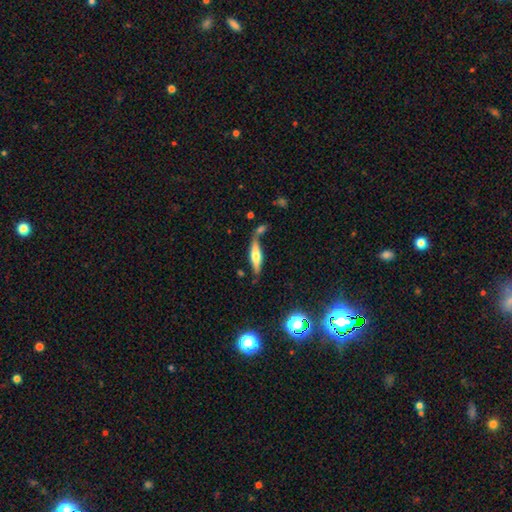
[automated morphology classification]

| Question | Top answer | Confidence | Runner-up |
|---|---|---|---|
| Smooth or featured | featured or disk | 48% | smooth (45%) |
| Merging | none | 58% | merger (18%) |